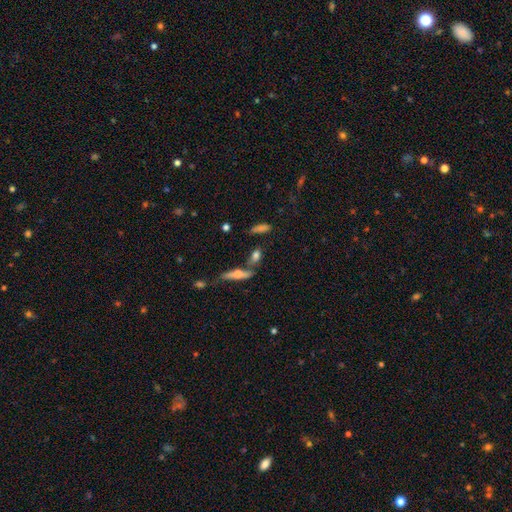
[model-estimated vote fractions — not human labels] Morphology: type=smooth (49%); merging=none (58%).